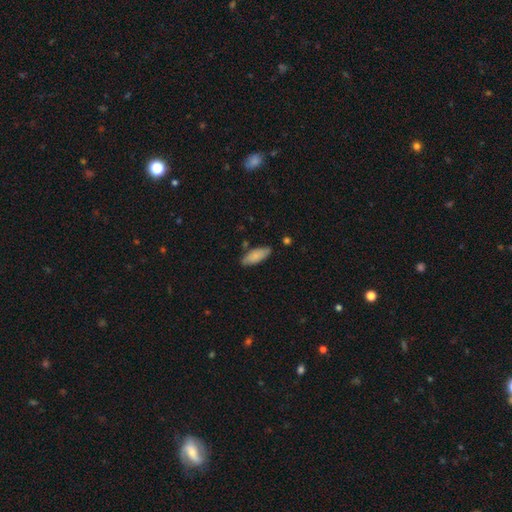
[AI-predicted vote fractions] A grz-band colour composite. It shows a smooth galaxy with no disk features (82%) that is in between round and cigar-shaped (76%). Merging: none (77%).